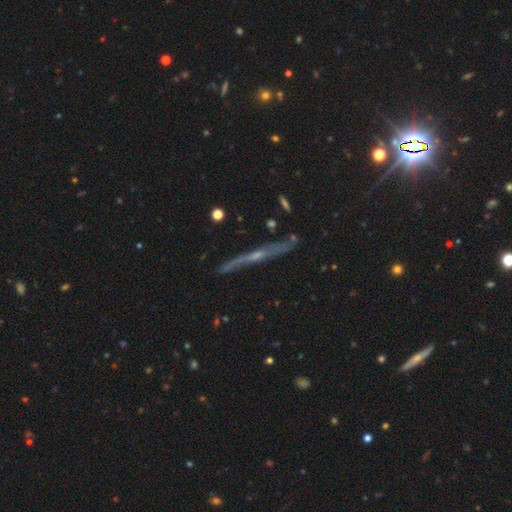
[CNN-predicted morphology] type=featured or disk (74%); edge-on=yes (91%); edge-on bulge=rounded (63%); merging=none (78%).